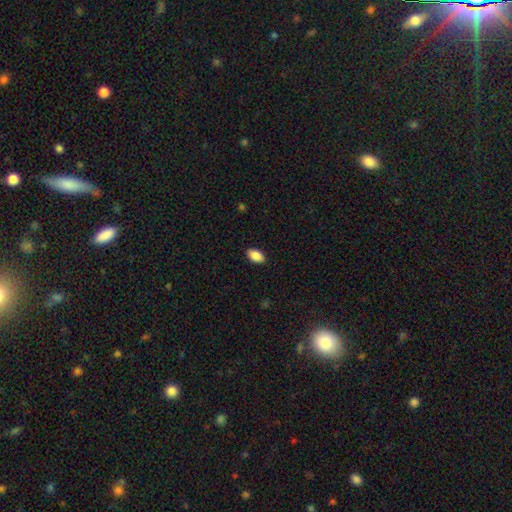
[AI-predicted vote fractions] A smooth galaxy with no disk features (89%) that is in between round and cigar-shaped (92%). Merging: none (89%).